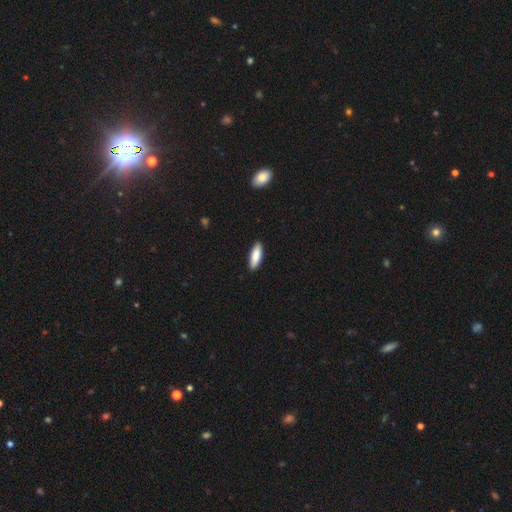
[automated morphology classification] Smooth or featured? Predicted: smooth (p=0.86). How rounded? Predicted: in between (p=0.56). Merging? Predicted: none (p=0.89).